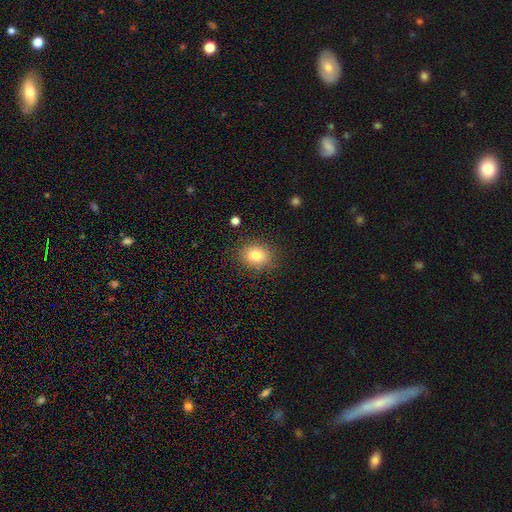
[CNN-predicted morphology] smooth-or-featured: smooth: 80% | star or artifact: 11% | featured or disk: 9%
  how-rounded: round: 58% | in between: 41% | cigar-shaped: 1%
  merging: none: 86% | minor disturbance: 10% | major disturbance: 3% | merger: 1%